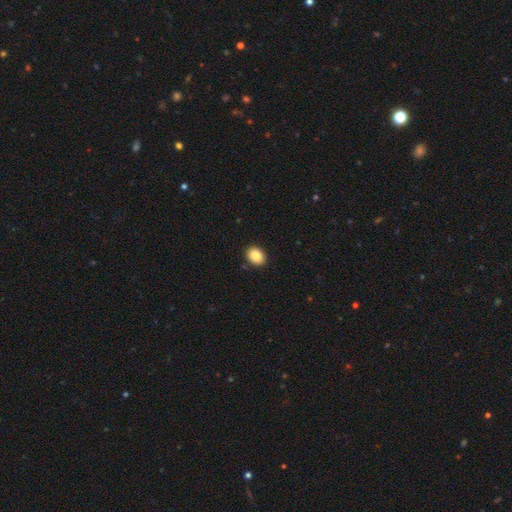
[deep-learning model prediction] The model was most divided on "how rounded": in between: 61%, round: 38%, cigar-shaped: 1%. More confident: merging — none (90%); smooth or featured — smooth (89%).